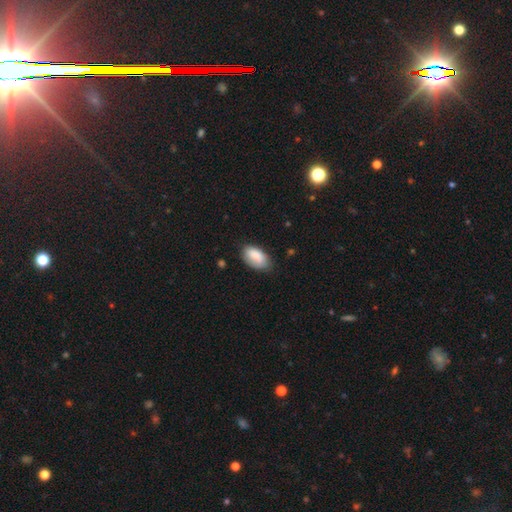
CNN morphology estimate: This is clearly a smooth galaxy (84%). How rounded: clearly in between (94%). Merging: likely none (67%).